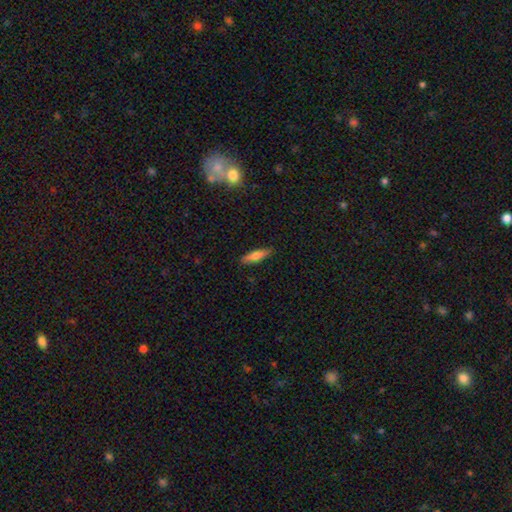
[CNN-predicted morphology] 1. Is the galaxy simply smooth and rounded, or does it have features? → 67% smooth, 26% featured or disk, 7% star or artifact.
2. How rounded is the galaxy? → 67% cigar-shaped, 31% in between, 2% round.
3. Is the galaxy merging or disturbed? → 87% none, 10% minor disturbance, 2% major disturbance, 1% merger.